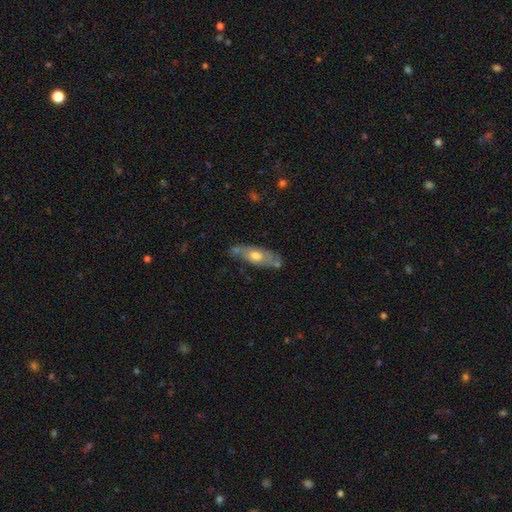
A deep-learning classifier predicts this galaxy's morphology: A featured or disk galaxy (49%).

Vote fractions:
- Smooth or featured? featured or disk: 49% / smooth: 45% / star or artifact: 6%
- Merging? none: 58% / minor disturbance: 25% / merger: 10% / major disturbance: 7%